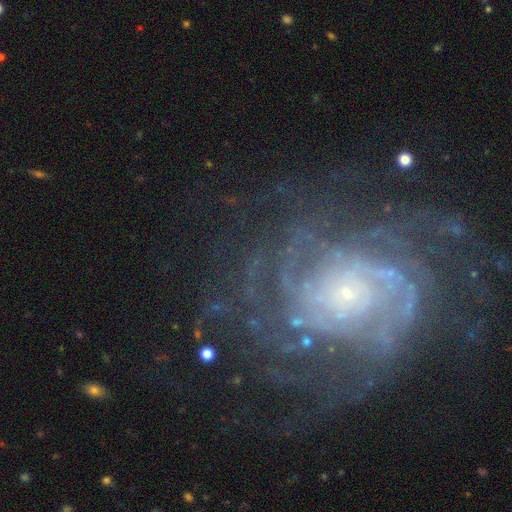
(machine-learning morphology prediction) type=featured or disk (86%); edge-on=no (97%); bar=no (76%); spiral arms=yes (96%); winding=tight (67%); arm count=can't tell (27%); bulge=small (83%); merging=none (70%).